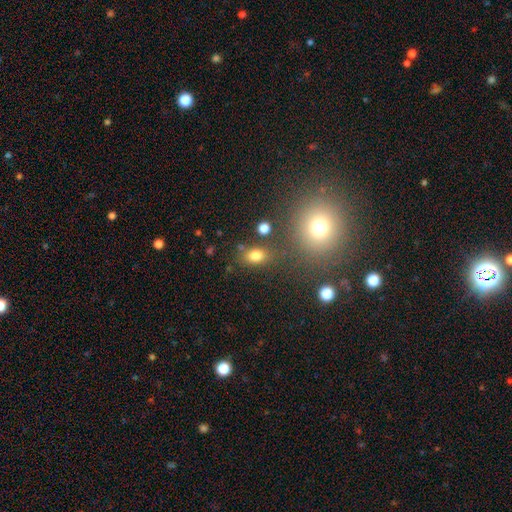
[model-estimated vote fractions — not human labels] smooth-or-featured: smooth: 78% | star or artifact: 14% | featured or disk: 8%
  how-rounded: in between: 74% | round: 24% | cigar-shaped: 2%
  merging: none: 72% | minor disturbance: 13% | merger: 10% | major disturbance: 5%